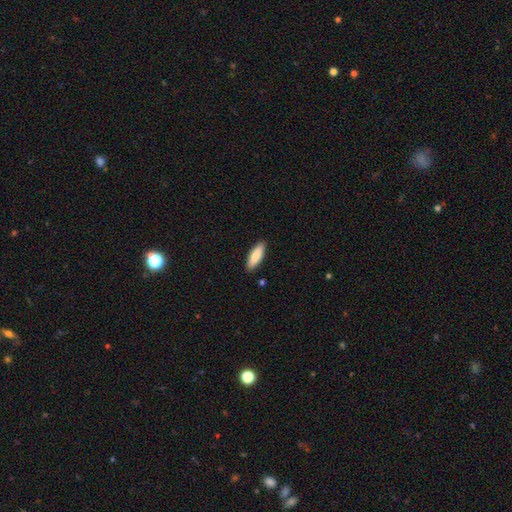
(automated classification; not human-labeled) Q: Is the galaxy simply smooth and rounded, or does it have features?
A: smooth — 85%.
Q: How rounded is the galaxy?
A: in between — 51%.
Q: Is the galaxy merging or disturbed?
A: none — 89%.